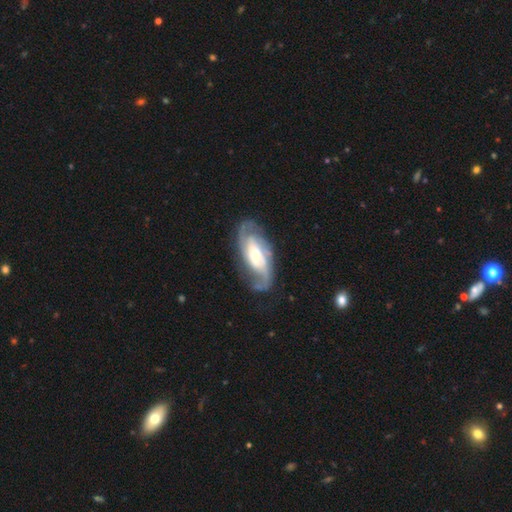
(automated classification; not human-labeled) Overall: featured or disk (83%). Edge-on disk: no (94%). Bar: no (45%; weak 36%). Spiral arms: yes (95%). Spiral arm count: 2 (68%). Spiral winding: medium (45%; tight 34%). Bulge size: moderate (42%; small 36%). Merging: none (70%).